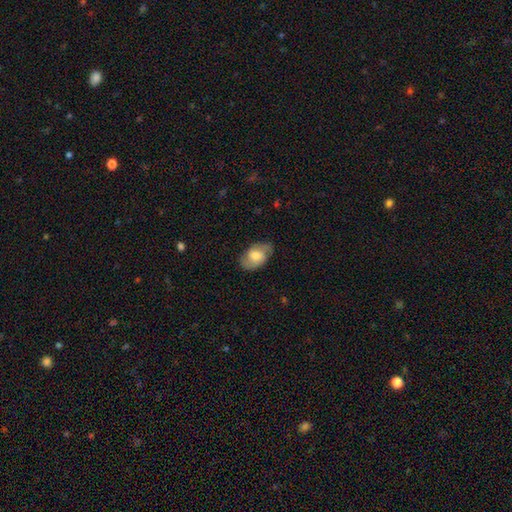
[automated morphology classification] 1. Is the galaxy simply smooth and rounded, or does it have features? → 50% featured or disk, 43% smooth, 7% star or artifact.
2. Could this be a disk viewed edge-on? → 95% no, 5% yes.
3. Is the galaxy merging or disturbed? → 76% none, 18% minor disturbance, 5% major disturbance, 1% merger.